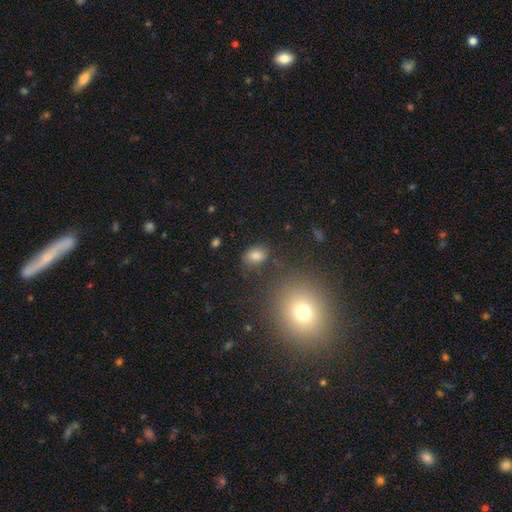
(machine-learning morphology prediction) smooth 80%, star or artifact 13%, featured or disk 7%. Down the decision tree: how rounded — in between (70%); merging — none (77%).